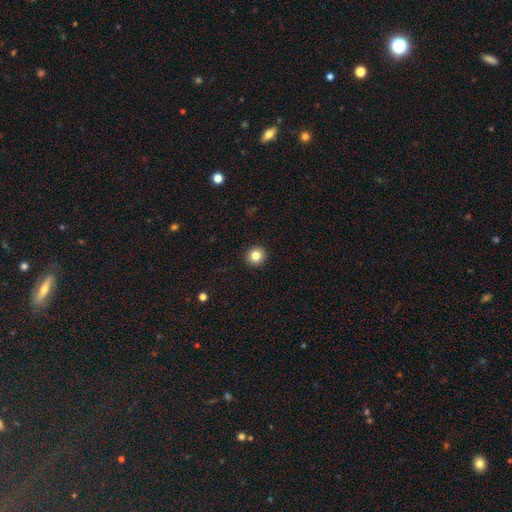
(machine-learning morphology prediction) A smooth galaxy with no disk features (82%) that is round (95%).

Vote fractions:
- Smooth or featured? smooth: 82% / star or artifact: 11% / featured or disk: 6%
- How rounded? round: 95% / in between: 4% / cigar-shaped: 1%
- Merging? none: 94% / minor disturbance: 4% / major disturbance: 1% / merger: 1%